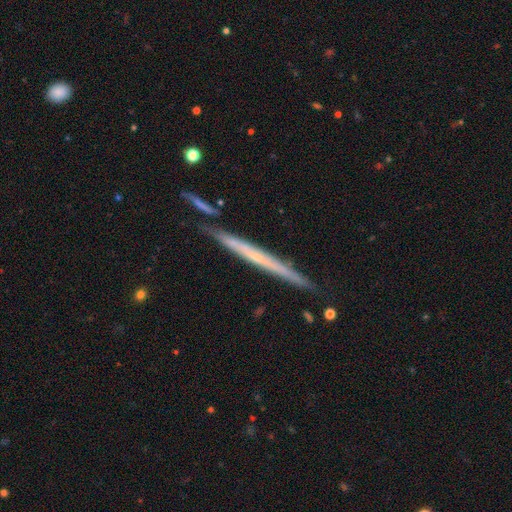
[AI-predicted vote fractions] A featured or disk galaxy (63%) viewed edge-on (96%) with no central bulge (83%). Merging: none (82%).